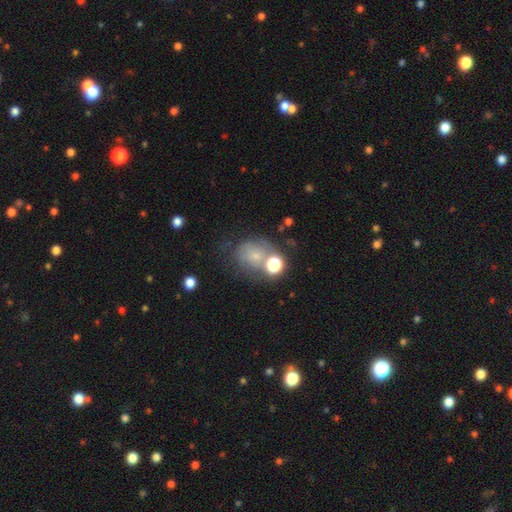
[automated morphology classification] Smooth or featured: smooth — 54% (featured or disk — 25%)
How rounded: round — 64% (in between — 35%)
Merging: none — 43% (minor disturbance — 20%)